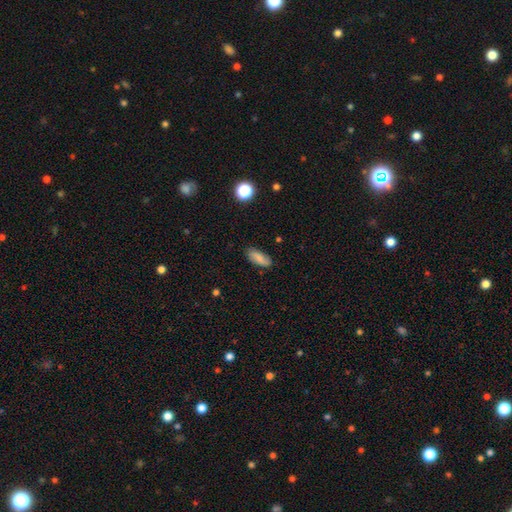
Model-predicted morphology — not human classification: A smooth galaxy with no disk features (77%) that is in between round and cigar-shaped (71%).

Vote fractions:
- Smooth or featured? smooth: 77% / featured or disk: 13% / star or artifact: 10%
- How rounded? in between: 71% / cigar-shaped: 26% / round: 3%
- Merging? none: 83% / minor disturbance: 13% / major disturbance: 3% / merger: 1%